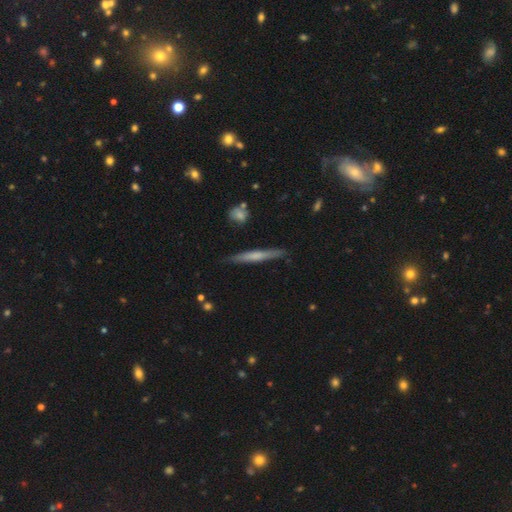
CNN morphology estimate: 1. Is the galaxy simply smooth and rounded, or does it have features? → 50% smooth, 44% featured or disk, 6% star or artifact.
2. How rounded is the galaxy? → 95% cigar-shaped, 4% in between, 2% round.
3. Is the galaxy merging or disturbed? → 85% none, 11% minor disturbance, 2% major disturbance, 2% merger.